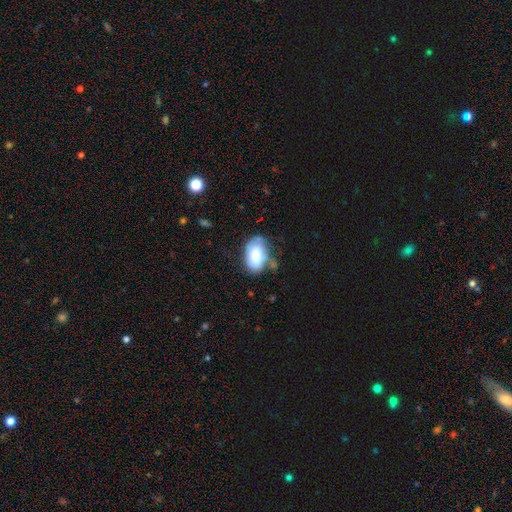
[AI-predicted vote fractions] Morphology: type=smooth (73%); roundness=in between (92%); merging=none (52%).